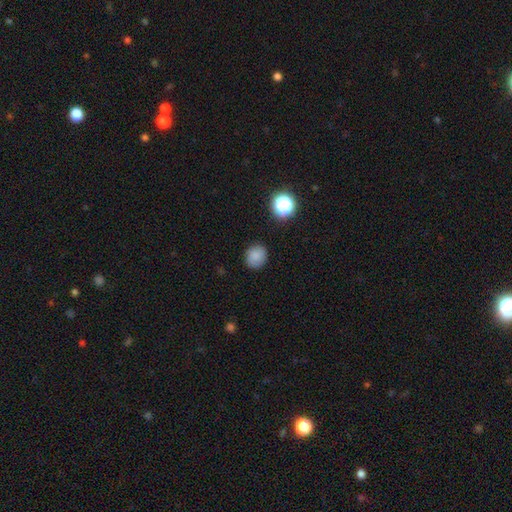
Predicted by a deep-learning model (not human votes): This is clearly a smooth galaxy (82%). How rounded: clearly round (81%). Merging: clearly none (85%).